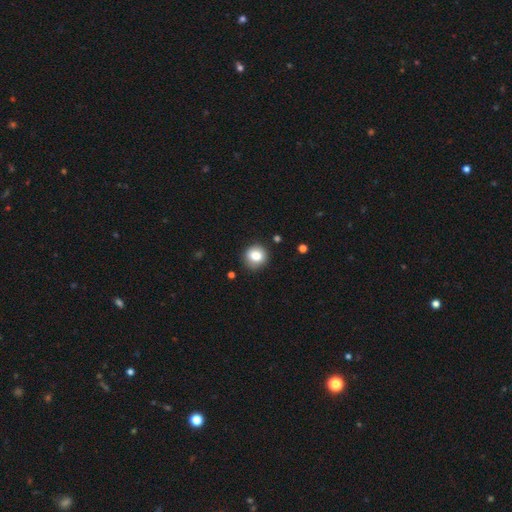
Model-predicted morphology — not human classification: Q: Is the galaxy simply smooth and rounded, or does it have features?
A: smooth — 82%.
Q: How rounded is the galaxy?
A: round — 84%.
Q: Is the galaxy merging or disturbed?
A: none — 84%.